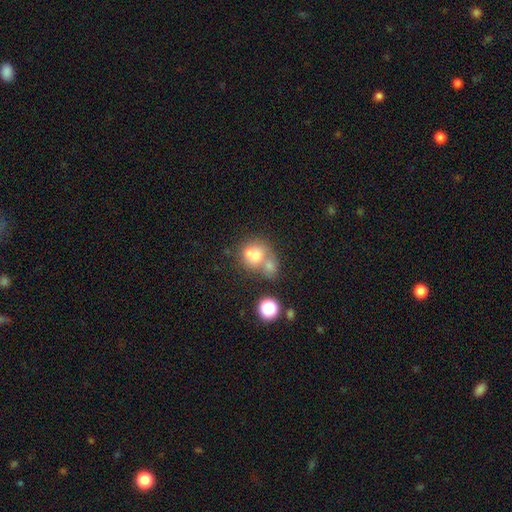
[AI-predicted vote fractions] Smooth or featured?
  - smooth: 67% *
  - featured or disk: 20%
  - star or artifact: 14%
How rounded?
  - round: 68% *
  - in between: 31%
  - cigar-shaped: 1%
Merging?
  - merger: 57% *
  - none: 28%
  - minor disturbance: 9%
  - major disturbance: 7%